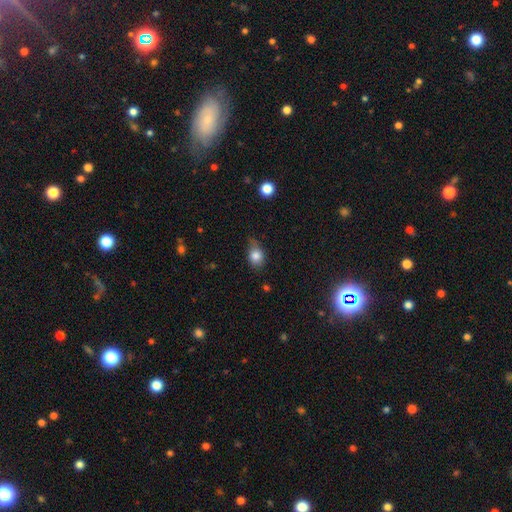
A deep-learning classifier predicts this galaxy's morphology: smooth_or_featured: smooth (p=0.82) [alt: star or artifact p=0.10]
how_rounded: in between (p=0.50) [alt: round p=0.49]
merging: none (p=0.51) [alt: minor disturbance p=0.37]